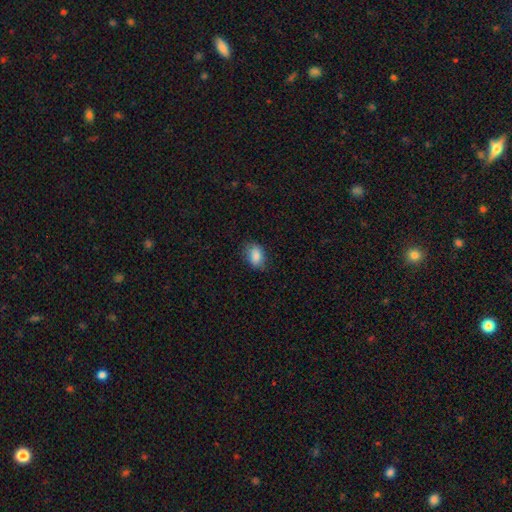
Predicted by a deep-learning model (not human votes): smooth 85%, star or artifact 8%, featured or disk 7%. Down the decision tree: how rounded — in between (82%); merging — none (76%).